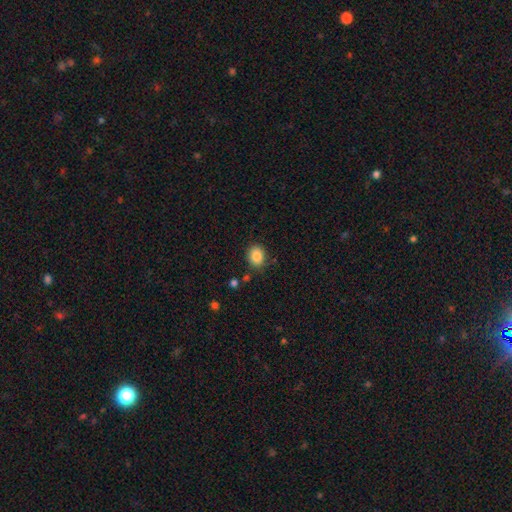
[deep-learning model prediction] smooth-or-featured: smooth: 87% | star or artifact: 9% | featured or disk: 4%
  how-rounded: round: 52% | in between: 48% | cigar-shaped: 1%
  merging: none: 83% | minor disturbance: 11% | major disturbance: 3% | merger: 3%